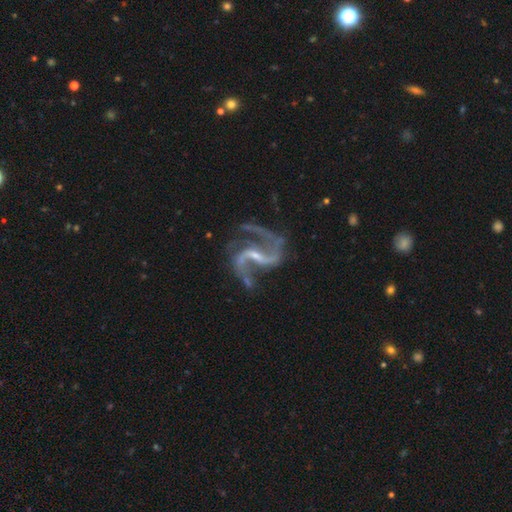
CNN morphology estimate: Q: Smooth or featured?
A: featured or disk (92%); runner-up: star or artifact (5%)
Q: Edge-on disk?
A: no (98%); runner-up: yes (2%)
Q: Bar?
A: weak (44%); runner-up: strong (38%)
Q: Spiral arms?
A: yes (98%); runner-up: no (2%)
Q: Spiral winding?
A: loose (54%); runner-up: medium (39%)
Q: Spiral arm count?
A: 2 (88%); runner-up: 3 (4%)
Q: Bulge size?
A: small (68%); runner-up: moderate (18%)
Q: Merging?
A: none (59%); runner-up: minor disturbance (19%)